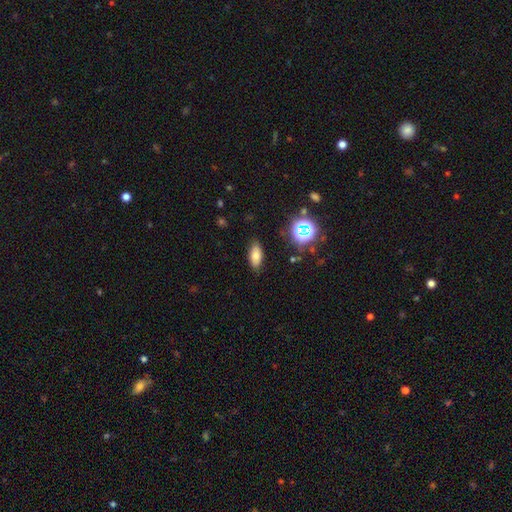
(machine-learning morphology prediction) smooth_or_featured: smooth (p=0.75) [alt: star or artifact p=0.13]
how_rounded: in between (p=0.84) [alt: cigar-shaped p=0.12]
merging: none (p=0.84) [alt: minor disturbance p=0.11]